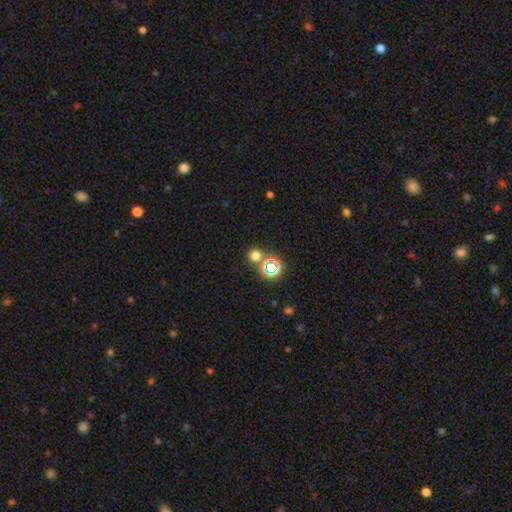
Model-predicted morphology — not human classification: type=smooth (60%); roundness=round (88%); merging=none (72%).